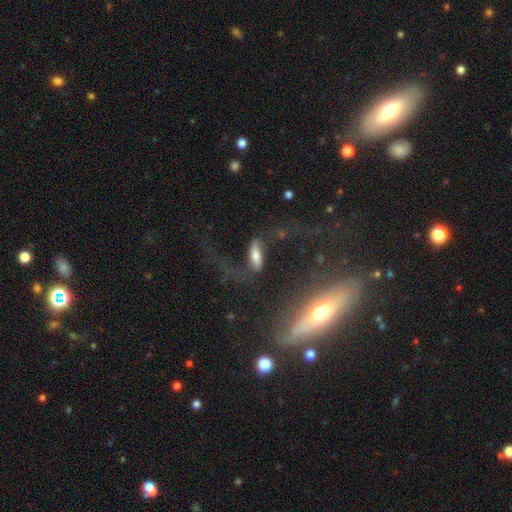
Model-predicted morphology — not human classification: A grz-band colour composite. It shows a smooth galaxy with no disk features (45%). Merging: none (45%).